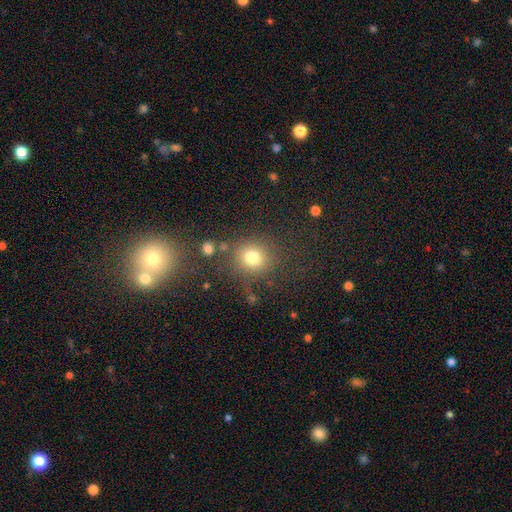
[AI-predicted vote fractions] The model was most divided on "smooth or featured": smooth: 53%, star or artifact: 39%, featured or disk: 8%. More confident: how rounded — round (87%); merging — none (70%).